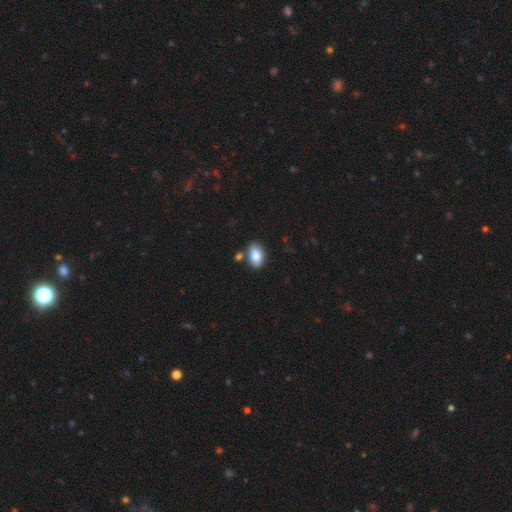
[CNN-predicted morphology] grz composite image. It shows a smooth galaxy with no disk features (84%) that is in between round and cigar-shaped (91%). Merging: none (76%).